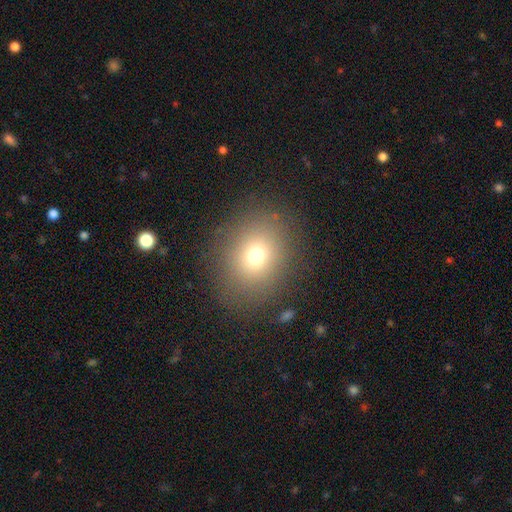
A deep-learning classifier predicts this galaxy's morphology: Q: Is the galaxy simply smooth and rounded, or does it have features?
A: smooth — 71%.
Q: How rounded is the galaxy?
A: round — 57%.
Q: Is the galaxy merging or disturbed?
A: none — 84%.